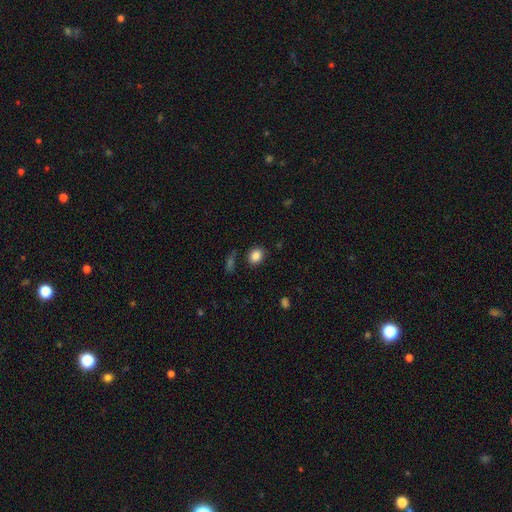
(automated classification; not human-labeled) The model was most divided on "how rounded": round: 57%, in between: 42%, cigar-shaped: 1%. More confident: smooth or featured — smooth (86%); merging — none (84%).